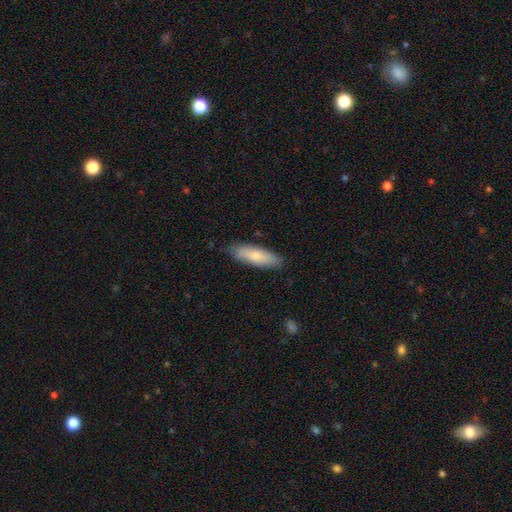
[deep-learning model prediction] This is likely a smooth galaxy (76%). How rounded: possibly cigar-shaped (51%). Merging: clearly none (82%).